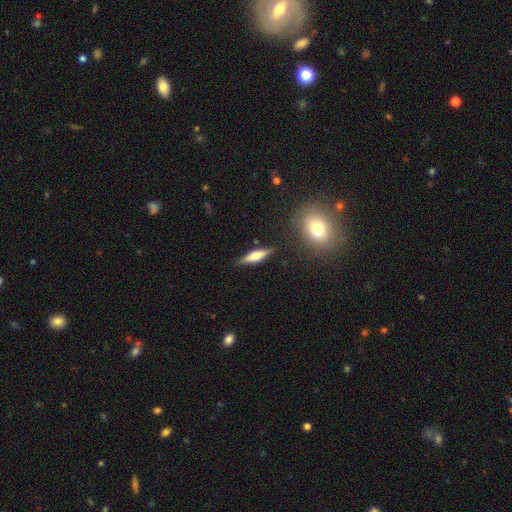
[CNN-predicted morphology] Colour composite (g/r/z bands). It shows a featured or disk galaxy (47%). Merging: none (84%).